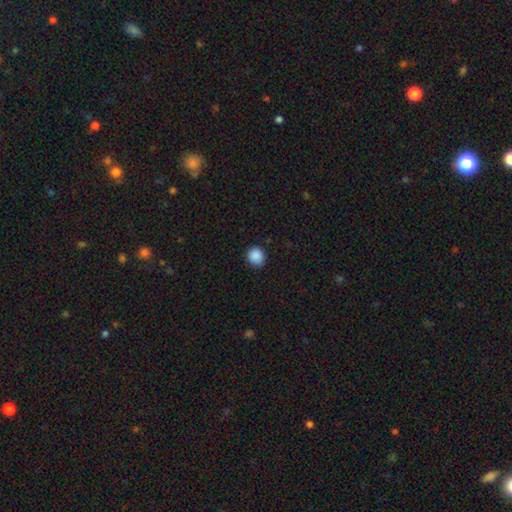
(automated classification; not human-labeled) This is clearly a smooth galaxy (89%). How rounded: clearly round (81%). Merging: clearly none (87%).